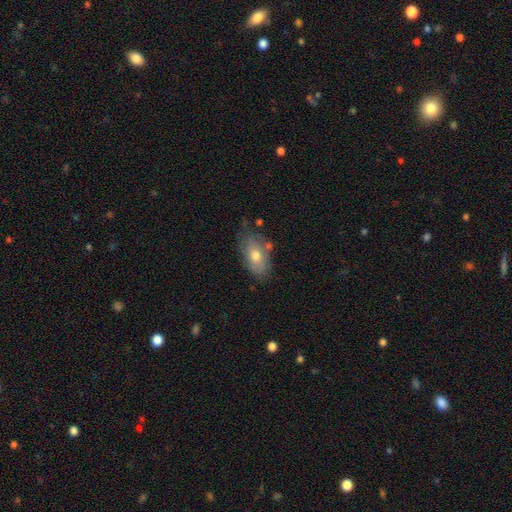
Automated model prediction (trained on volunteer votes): Overall: smooth (68%). How rounded: in between (89%). Merging: none (62%; minor disturbance 25%).